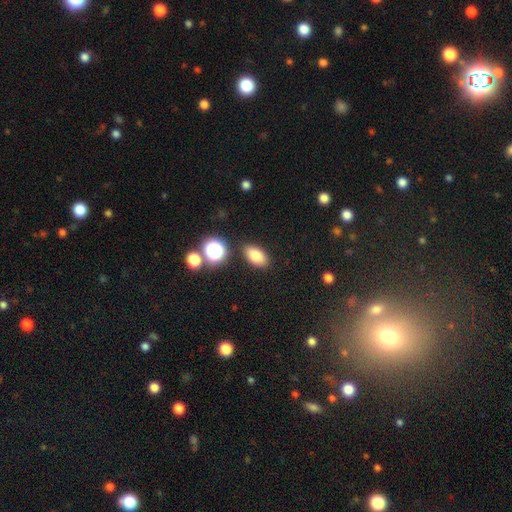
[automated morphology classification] Q: Smooth or featured?
A: smooth (80%); runner-up: star or artifact (11%)
Q: How rounded?
A: in between (88%); runner-up: round (9%)
Q: Merging?
A: none (86%); runner-up: minor disturbance (8%)